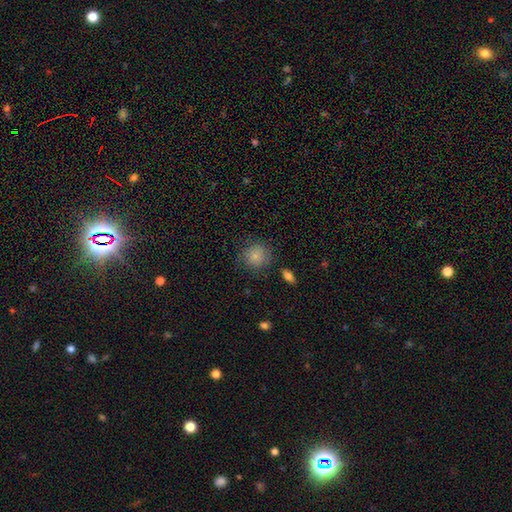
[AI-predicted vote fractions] smooth-or-featured: smooth: 83% | star or artifact: 9% | featured or disk: 8%
  how-rounded: round: 87% | in between: 12% | cigar-shaped: 1%
  merging: none: 79% | minor disturbance: 14% | major disturbance: 5% | merger: 2%